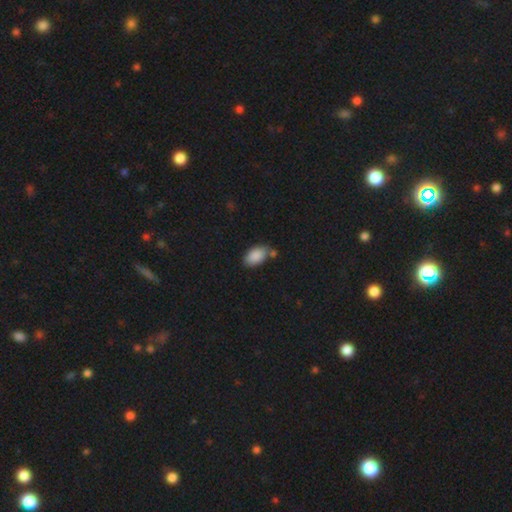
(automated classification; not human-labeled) A smooth galaxy with no disk features (88%) that is in between round and cigar-shaped (93%). Merging: none (62%).